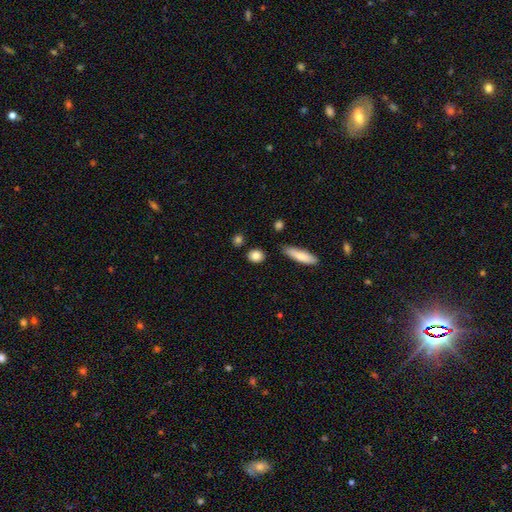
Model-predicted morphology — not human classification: Smooth or featured: smooth — 86% (star or artifact — 8%)
How rounded: round — 61% (in between — 35%)
Merging: none — 84% (minor disturbance — 10%)